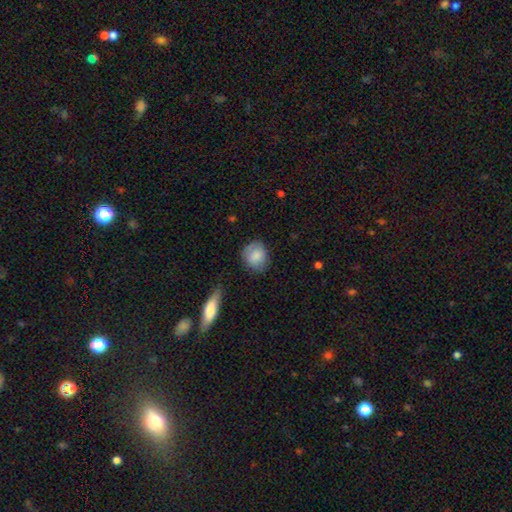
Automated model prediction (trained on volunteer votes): This appears to be a smooth galaxy with no disk features (78%) that is round (75%). Merging: none (71%).